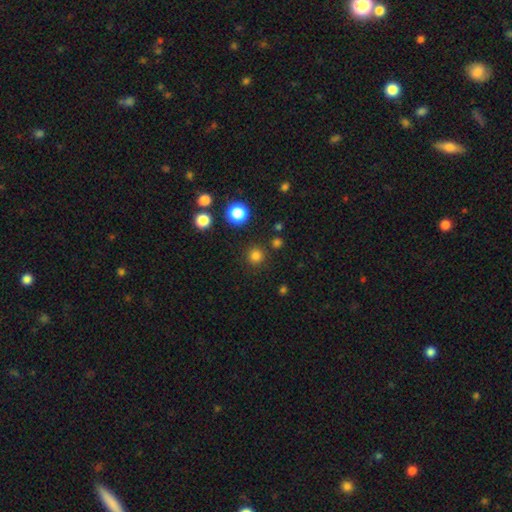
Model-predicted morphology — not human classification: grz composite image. It shows a smooth galaxy with no disk features (80%) that is round (95%). Merging: none (89%).